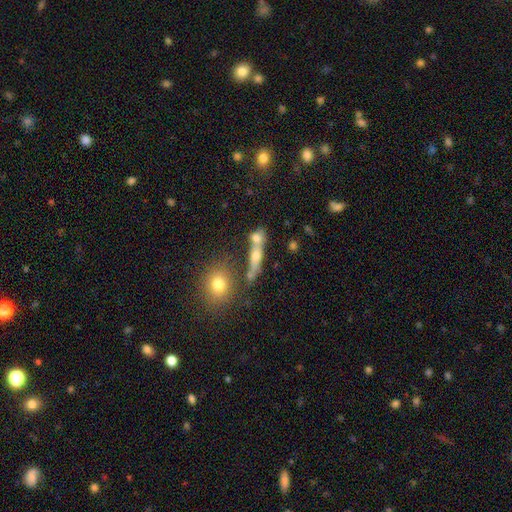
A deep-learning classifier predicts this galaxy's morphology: smooth_or_featured: smooth (p=0.50) [alt: featured or disk p=0.35]
merging: none (p=0.50) [alt: merger p=0.31]